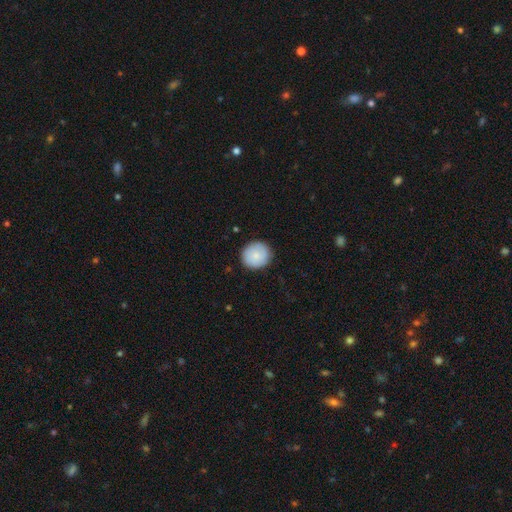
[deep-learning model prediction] Morphology: type=smooth (82%); roundness=round (89%); merging=none (89%).